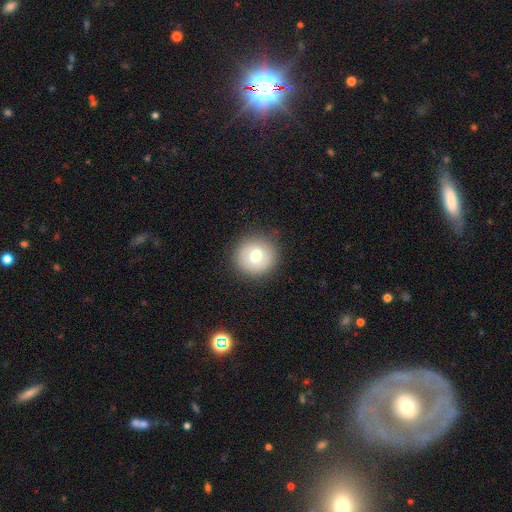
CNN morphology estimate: The model was most divided on "smooth or featured": smooth: 66%, featured or disk: 24%, star or artifact: 10%. More confident: how rounded — round (93%); merging — none (86%).